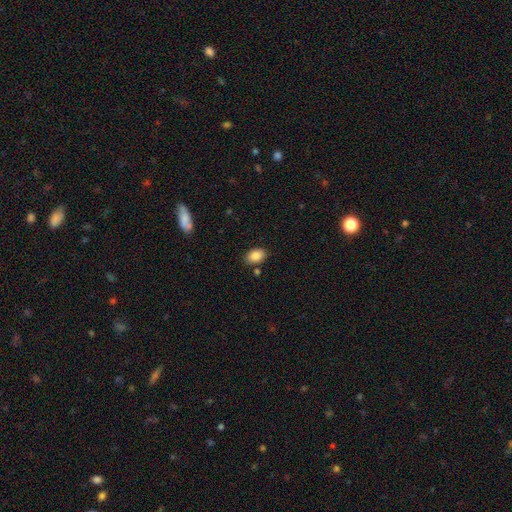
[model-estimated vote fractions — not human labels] smooth 88%, star or artifact 8%, featured or disk 5%. Down the decision tree: how rounded — in between (86%); merging — none (81%).